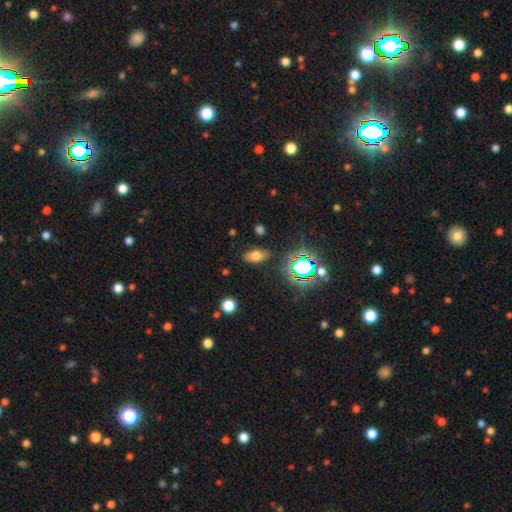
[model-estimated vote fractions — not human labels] Smooth or featured: smooth — 68% (star or artifact — 21%)
How rounded: in between — 86% (round — 7%)
Merging: none — 80% (minor disturbance — 13%)